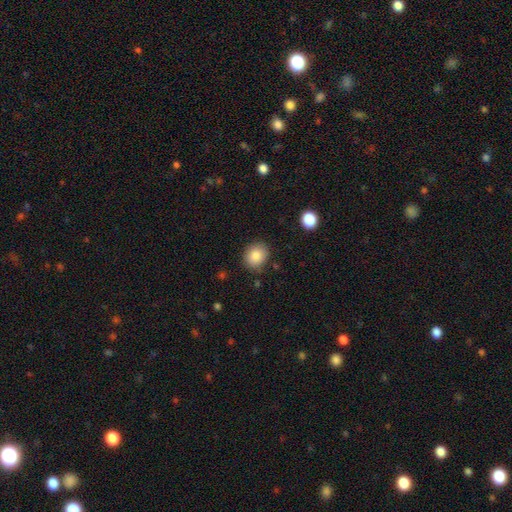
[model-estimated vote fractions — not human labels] Smooth or featured? Predicted: smooth (p=0.85). How rounded? Predicted: round (p=0.65). Merging? Predicted: none (p=0.84).